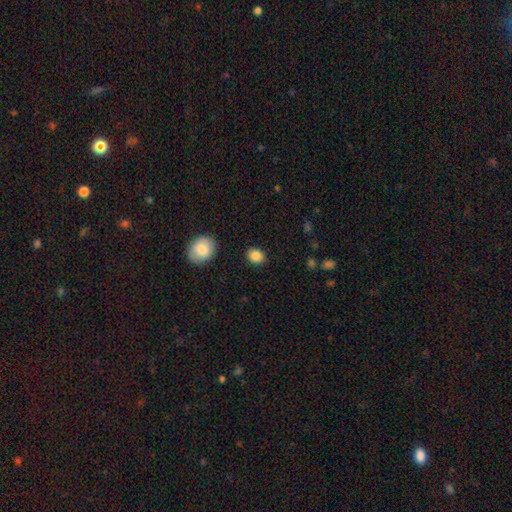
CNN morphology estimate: Smooth or featured? smooth (86%)
How rounded? round (54%)
Merging? none (88%)